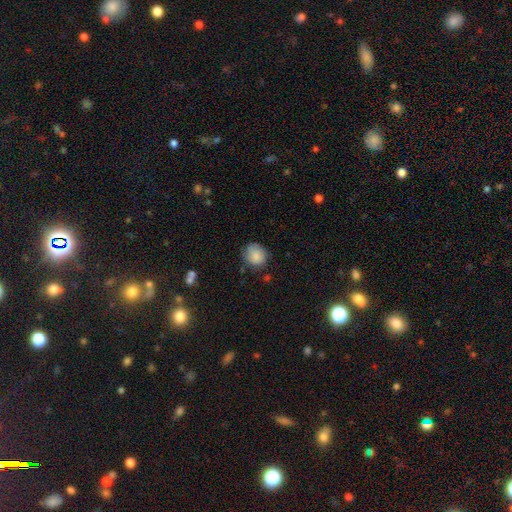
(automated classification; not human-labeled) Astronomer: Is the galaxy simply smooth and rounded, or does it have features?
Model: smooth — 86%.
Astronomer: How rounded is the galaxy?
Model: round — 76%.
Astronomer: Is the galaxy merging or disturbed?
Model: none — 74%.